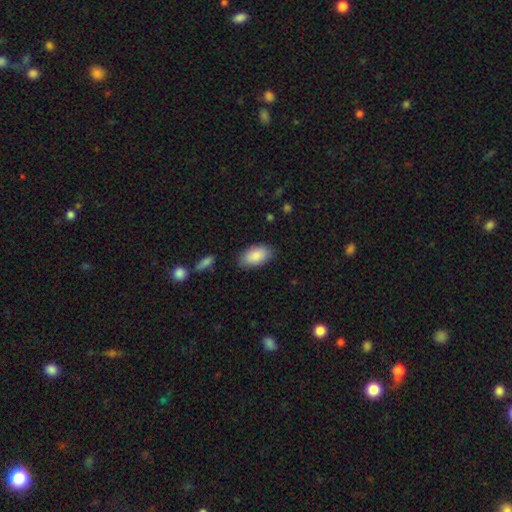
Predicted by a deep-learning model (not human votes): This is clearly a smooth galaxy (88%). How rounded: clearly in between (94%). Merging: clearly none (84%).